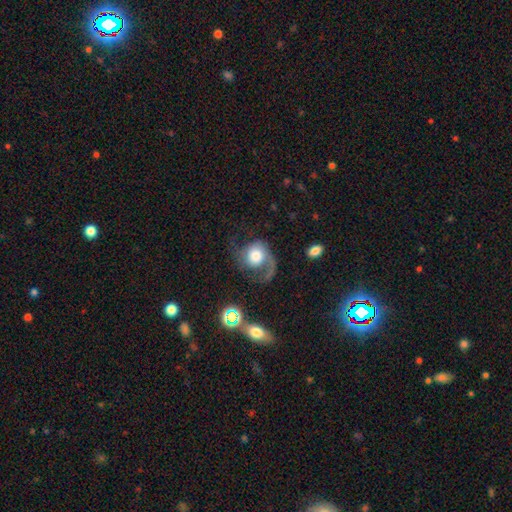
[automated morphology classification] A featured or disk galaxy (66%) with no bar (76%), 2 (51%) loose (53%) spiral arms (92%) and a large central bulge (43%).

Vote fractions:
- Smooth or featured? featured or disk: 66% / smooth: 26% / star or artifact: 8%
- Edge-on disk? no: 97% / yes: 3%
- Bar? no: 76% / weak: 20% / strong: 4%
- Spiral arms? yes: 92% / no: 8%
- Spiral winding? loose: 53% / medium: 36% / tight: 11%
- Spiral arm count? 2: 51% / 1: 42% / can't tell: 3% / 3: 1% / 4: 1% / more than 4: 1%
- Bulge size? large: 43% / moderate: 34% / dominant: 14% / small: 7% / none: 3%
- Merging? none: 44% / major disturbance: 35% / minor disturbance: 18% / merger: 3%